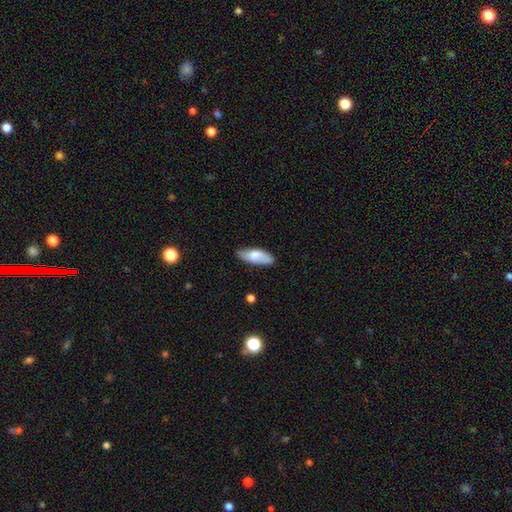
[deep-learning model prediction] Smooth or featured? smooth (76%)
How rounded? in between (74%)
Merging? none (77%)